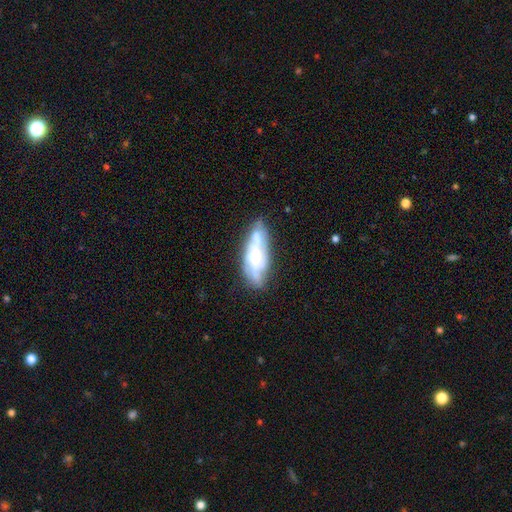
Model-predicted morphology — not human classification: Smooth or featured: featured or disk — 67% (smooth — 26%)
Edge-on disk: no — 84% (yes — 16%)
Bar: no — 70% (weak — 23%)
Spiral arms: yes — 75% (no — 25%)
Bulge size: small — 48% (moderate — 43%)
Merging: none — 63% (minor disturbance — 22%)